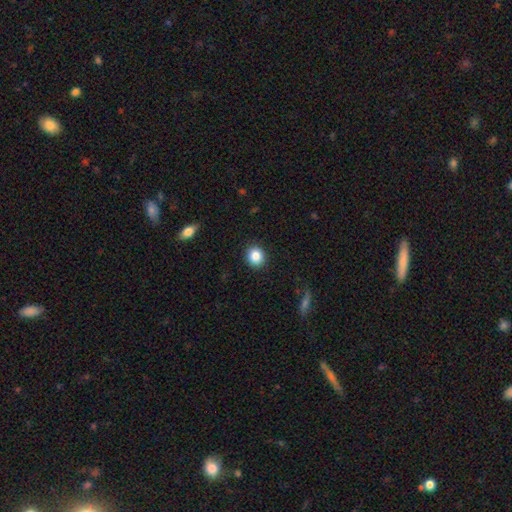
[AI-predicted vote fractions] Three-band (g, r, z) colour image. It shows a smooth galaxy with no disk features (86%) that is round (85%). Merging: none (91%).